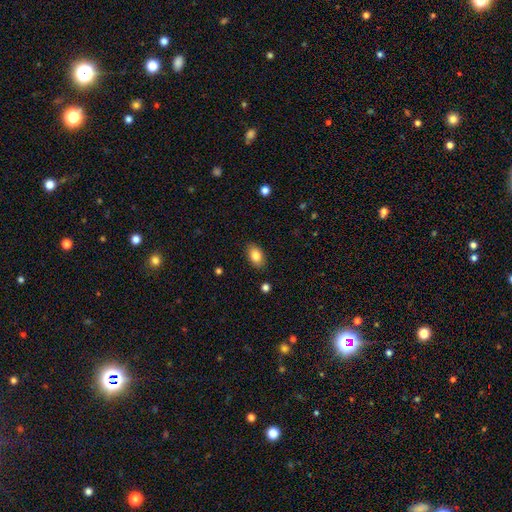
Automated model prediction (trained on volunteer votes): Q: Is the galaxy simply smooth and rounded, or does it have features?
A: smooth — 84%.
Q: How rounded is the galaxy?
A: in between — 89%.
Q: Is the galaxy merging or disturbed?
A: none — 87%.